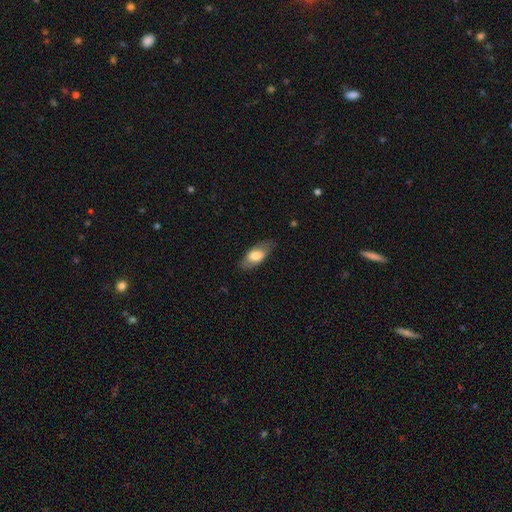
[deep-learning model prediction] A smooth galaxy with no disk features (70%) that is in between round and cigar-shaped (87%).

Vote fractions:
- Smooth or featured? smooth: 70% / featured or disk: 24% / star or artifact: 6%
- How rounded? in between: 87% / cigar-shaped: 10% / round: 3%
- Merging? none: 80% / minor disturbance: 15% / major disturbance: 4% / merger: 1%